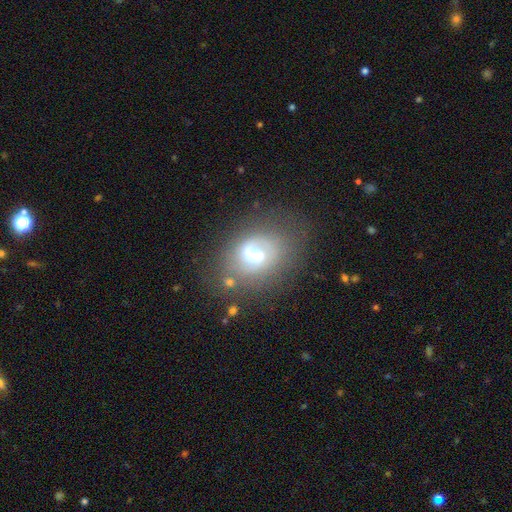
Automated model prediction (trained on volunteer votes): This is likely a featured or disk galaxy (65%). It is clearly not viewed edge-on (97%). Bar: possibly weak (52%). Spiral arm pattern: likely yes (75%). Central bulge: possibly moderate (60%). Merging: possibly none (57%).